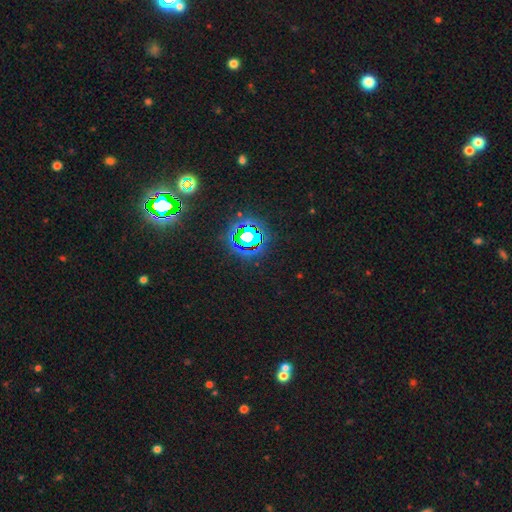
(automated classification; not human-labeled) Overall: star or artifact (82%).